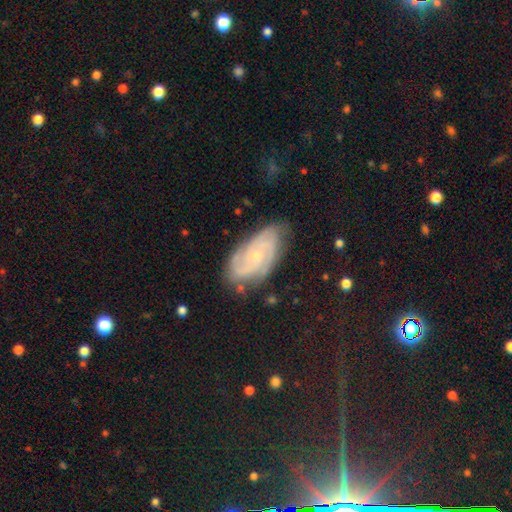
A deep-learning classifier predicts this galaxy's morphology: Overall: featured or disk (79%). Edge-on disk: no (96%). Bar: no (70%). Spiral arms: yes (96%). Spiral arm count: 2 (32%; can't tell 25%). Spiral winding: tight (62%; medium 31%). Bulge size: small (74%). Merging: none (71%).